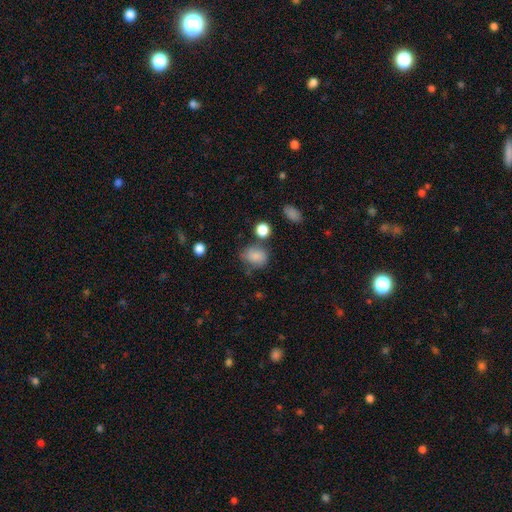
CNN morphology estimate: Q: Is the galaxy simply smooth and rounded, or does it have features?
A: smooth — 83%.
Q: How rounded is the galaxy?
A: in between — 54%.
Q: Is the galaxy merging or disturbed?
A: none — 61%.